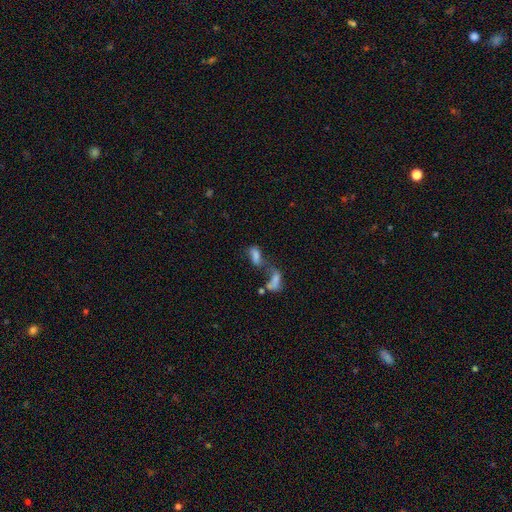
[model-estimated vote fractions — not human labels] Smooth or featured?
  - smooth: 68% *
  - featured or disk: 18%
  - star or artifact: 13%
How rounded?
  - in between: 84% *
  - cigar-shaped: 12%
  - round: 4%
Merging?
  - merger: 62% *
  - none: 15%
  - major disturbance: 15%
  - minor disturbance: 8%